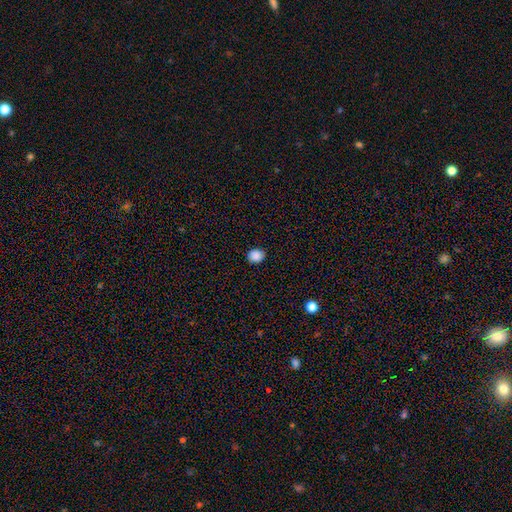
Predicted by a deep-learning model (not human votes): This is clearly a smooth galaxy (88%). How rounded: likely round (68%). Merging: clearly none (90%).